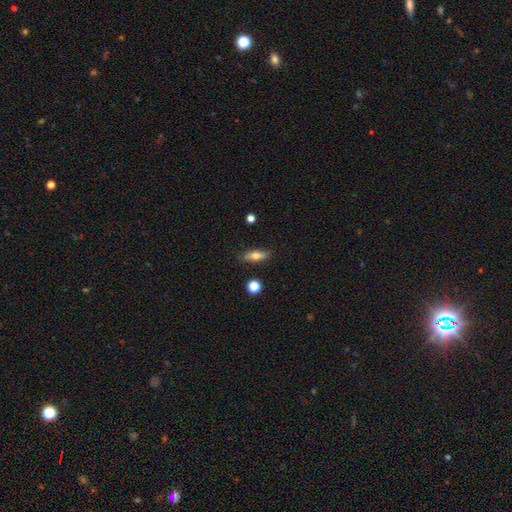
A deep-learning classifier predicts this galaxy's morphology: smooth-or-featured: smooth: 66% | featured or disk: 26% | star or artifact: 8%
  how-rounded: in between: 56% | cigar-shaped: 39% | round: 4%
  merging: none: 84% | minor disturbance: 11% | major disturbance: 2% | merger: 2%